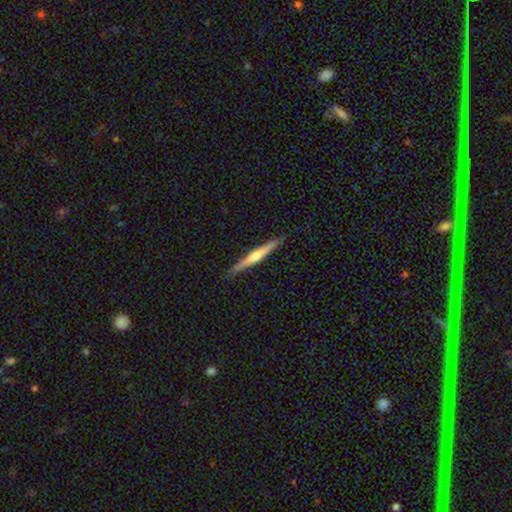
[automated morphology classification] A featured or disk galaxy (59%) viewed edge-on (98%) with a rounded central bulge (70%).

Vote fractions:
- Smooth or featured? featured or disk: 59% / smooth: 36% / star or artifact: 5%
- Edge-on disk? yes: 98% / no: 2%
- Edge-on bulge? rounded: 70% / none: 22% / boxy: 8%
- Merging? none: 90% / minor disturbance: 8% / major disturbance: 1% / merger: 1%